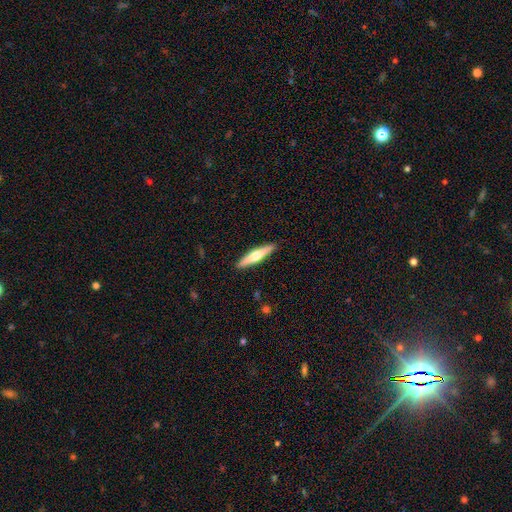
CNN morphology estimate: The model was most divided on "smooth or featured": featured or disk: 50%, smooth: 45%, star or artifact: 5%. More confident: edge-on disk — yes (96%); merging — none (91%).